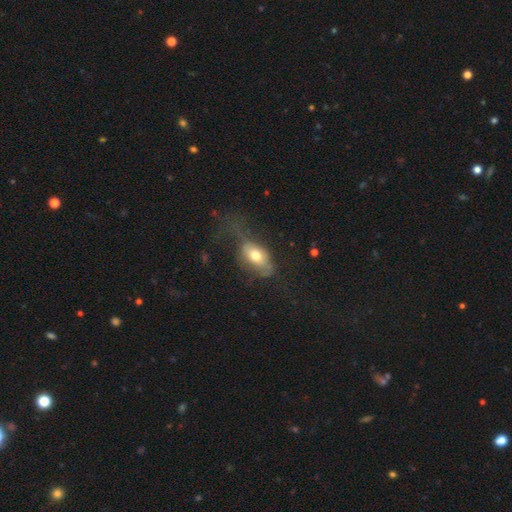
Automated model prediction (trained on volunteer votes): Smooth or featured? smooth (65%)
How rounded? in between (87%)
Merging? major disturbance (37%)